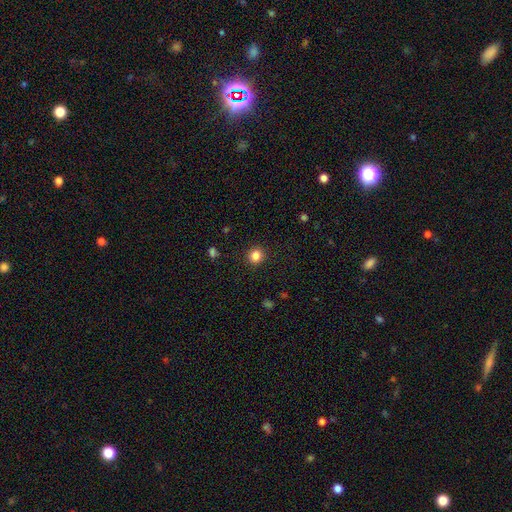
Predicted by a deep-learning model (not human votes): smooth-or-featured: smooth: 84% | star or artifact: 11% | featured or disk: 4%
  how-rounded: round: 86% | in between: 13% | cigar-shaped: 1%
  merging: none: 91% | minor disturbance: 6% | major disturbance: 2% | merger: 1%